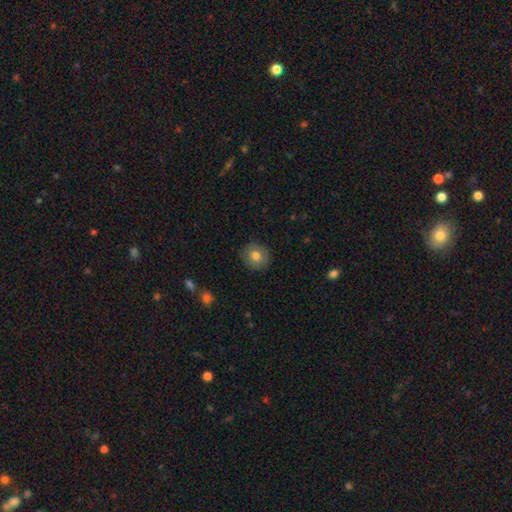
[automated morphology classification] The model was most divided on "smooth or featured": smooth: 78%, featured or disk: 13%, star or artifact: 9%. More confident: how rounded — round (91%); merging — none (89%).